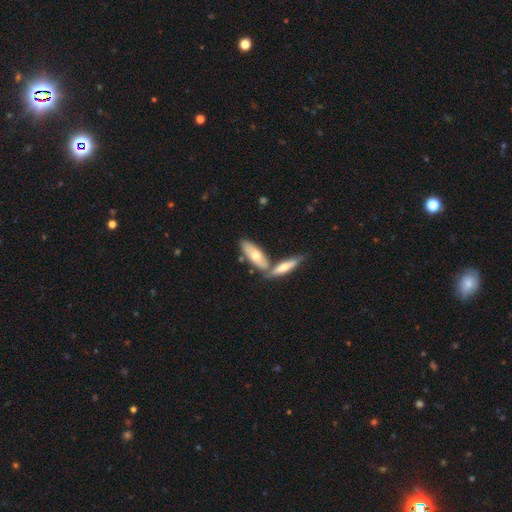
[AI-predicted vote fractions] Smooth or featured: featured or disk — 46% (smooth — 39%)
Merging: merger — 48% (none — 36%)